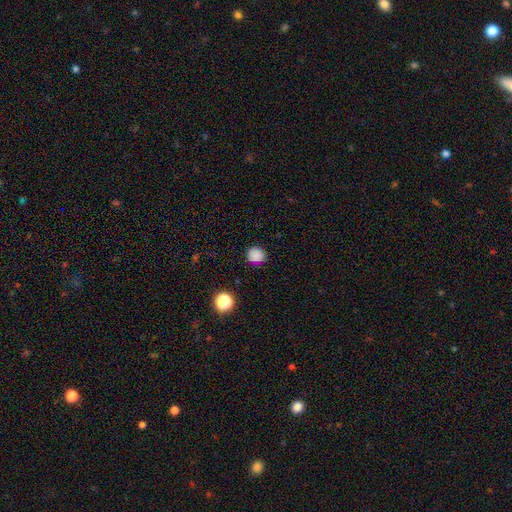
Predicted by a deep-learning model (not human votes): Smooth or featured? smooth (83%)
How rounded? round (86%)
Merging? none (85%)